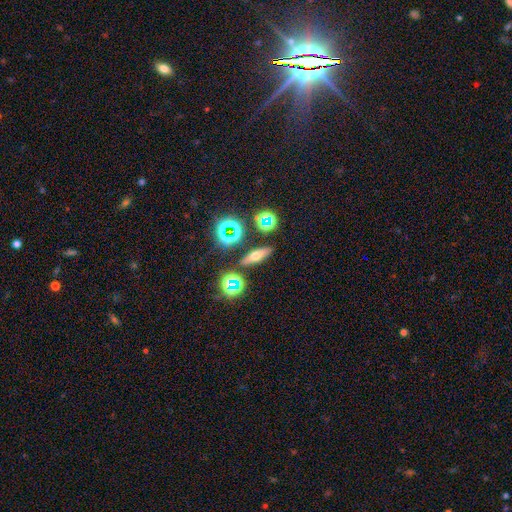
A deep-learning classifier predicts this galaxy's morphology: Smooth or featured?
  - smooth: 47% *
  - featured or disk: 31%
  - star or artifact: 22%
Merging?
  - none: 86% *
  - minor disturbance: 8%
  - merger: 3%
  - major disturbance: 3%